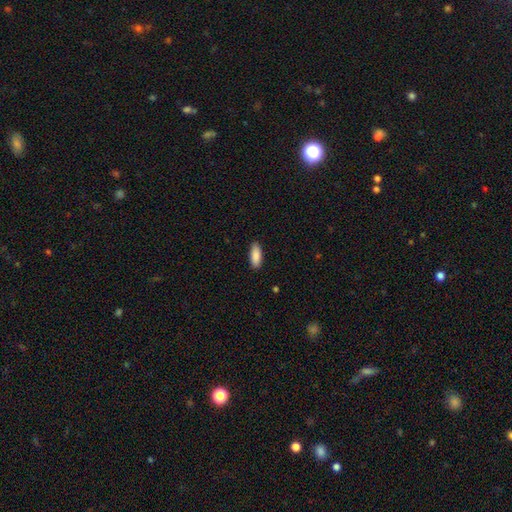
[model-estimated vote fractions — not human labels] Smooth or featured: smooth — 90% (star or artifact — 6%)
How rounded: in between — 76% (cigar-shaped — 22%)
Merging: none — 88% (minor disturbance — 9%)